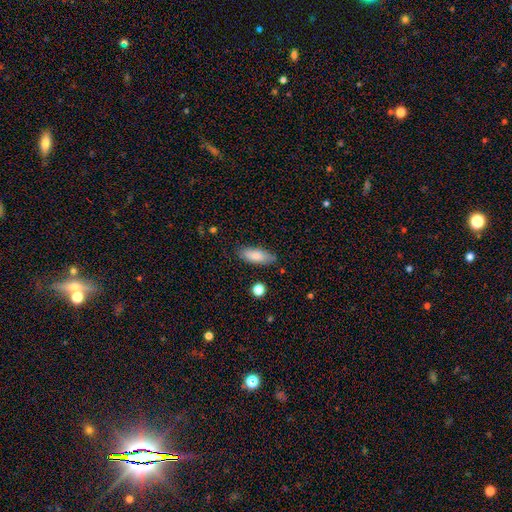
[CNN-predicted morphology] smooth_or_featured: smooth (p=0.80) [alt: featured or disk p=0.13]
how_rounded: in between (p=0.74) [alt: cigar-shaped p=0.24]
merging: none (p=0.79) [alt: minor disturbance p=0.16]